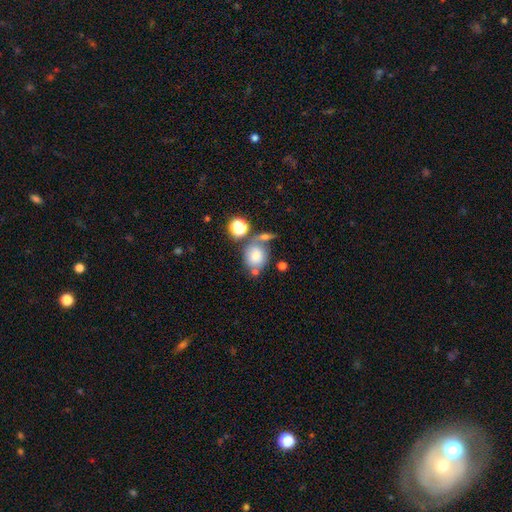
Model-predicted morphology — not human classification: Smooth or featured?
  - smooth: 75% *
  - featured or disk: 14%
  - star or artifact: 11%
How rounded?
  - round: 61% *
  - in between: 38%
  - cigar-shaped: 1%
Merging?
  - none: 46% *
  - merger: 29%
  - minor disturbance: 16%
  - major disturbance: 9%